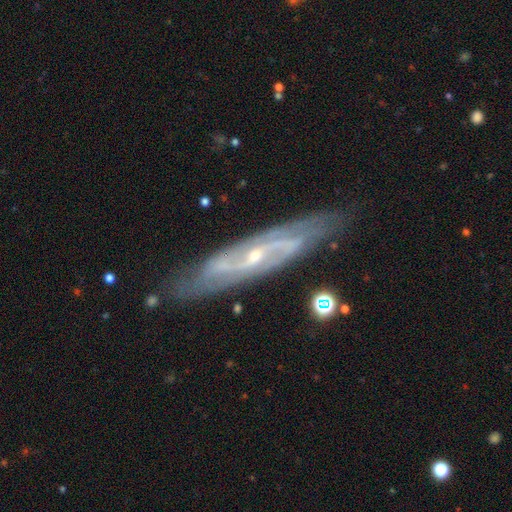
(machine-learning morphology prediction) Q: Smooth or featured?
A: featured or disk (87%); runner-up: smooth (7%)
Q: Edge-on disk?
A: no (76%); runner-up: yes (24%)
Q: Bar?
A: weak (39%); runner-up: no (33%)
Q: Spiral arms?
A: yes (94%); runner-up: no (6%)
Q: Spiral winding?
A: medium (44%); runner-up: tight (36%)
Q: Spiral arm count?
A: 2 (73%); runner-up: can't tell (14%)
Q: Bulge size?
A: small (75%); runner-up: moderate (22%)
Q: Merging?
A: none (82%); runner-up: minor disturbance (13%)